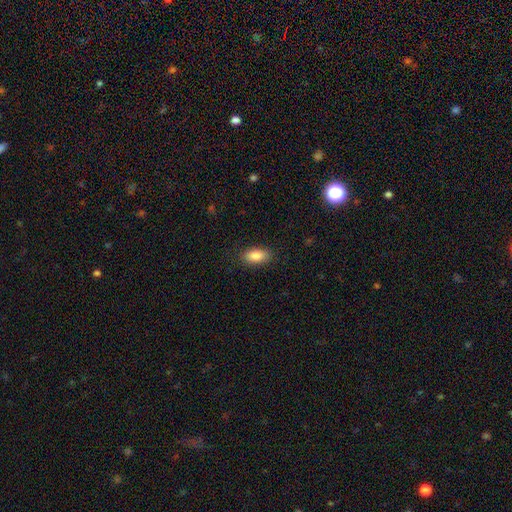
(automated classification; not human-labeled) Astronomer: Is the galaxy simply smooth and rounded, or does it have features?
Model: smooth — 87%.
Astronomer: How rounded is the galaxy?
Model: in between — 89%.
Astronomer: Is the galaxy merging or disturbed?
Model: none — 87%.